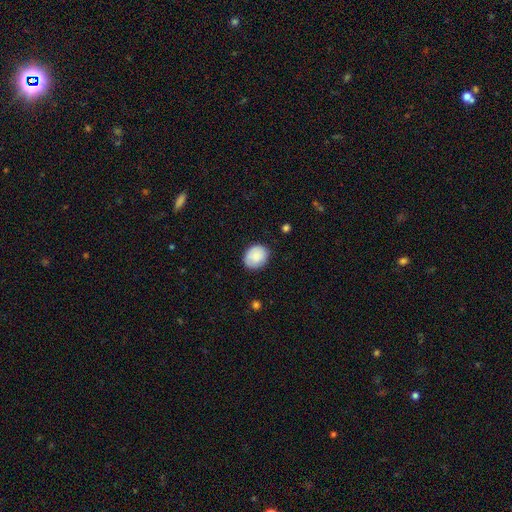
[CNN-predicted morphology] Smooth or featured?
  - smooth: 84% *
  - featured or disk: 9%
  - star or artifact: 7%
How rounded?
  - round: 56% *
  - in between: 43%
  - cigar-shaped: 1%
Merging?
  - none: 80% *
  - minor disturbance: 16%
  - major disturbance: 3%
  - merger: 1%